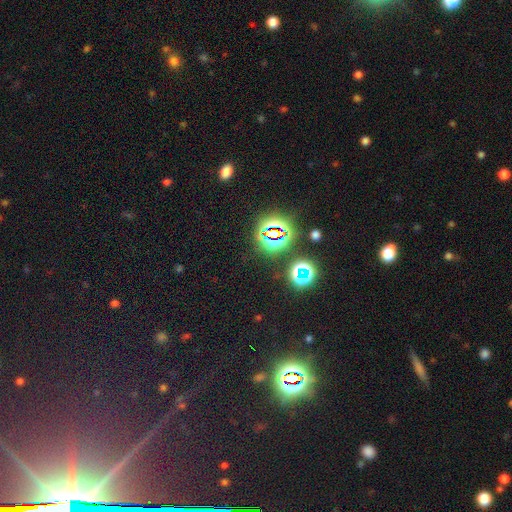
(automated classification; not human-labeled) This is likely a star or artifact rather than a galaxy (79%).